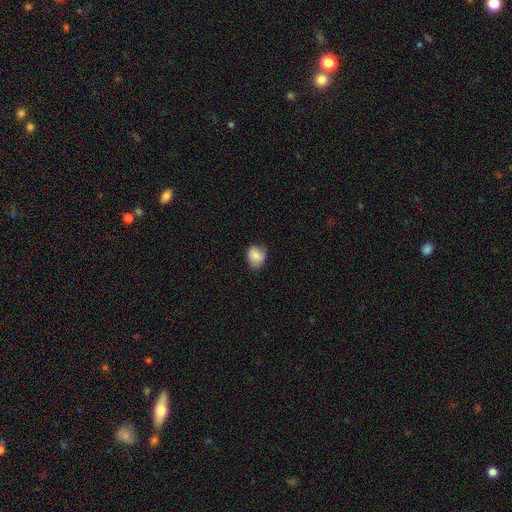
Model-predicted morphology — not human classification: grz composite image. It shows a smooth galaxy with no disk features (83%) that is round (50%). Merging: none (71%).